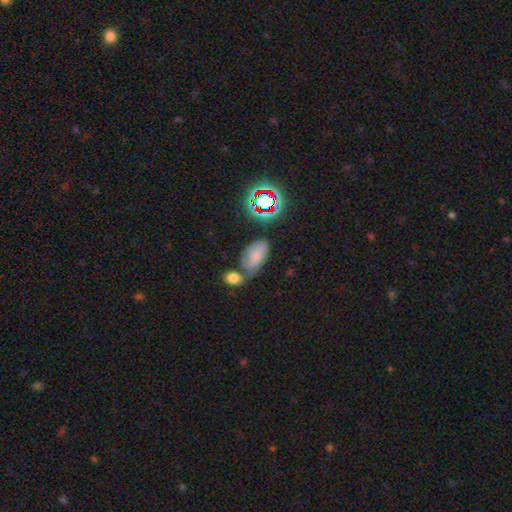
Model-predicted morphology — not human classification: Smooth or featured? smooth (56%)
How rounded? in between (90%)
Merging? none (43%)